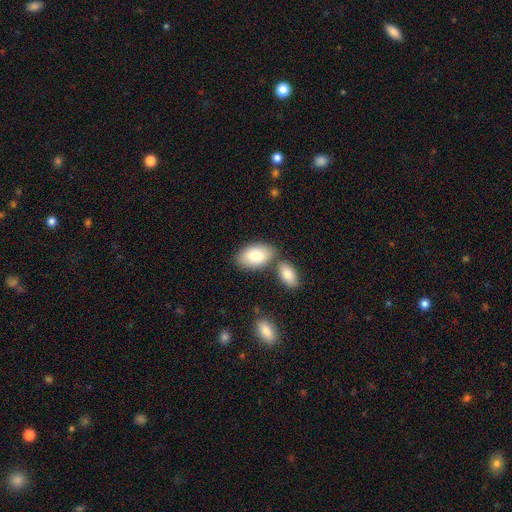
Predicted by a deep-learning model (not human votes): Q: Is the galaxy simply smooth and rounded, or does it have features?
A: smooth — 81%.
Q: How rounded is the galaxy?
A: in between — 94%.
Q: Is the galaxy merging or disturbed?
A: none — 62%.